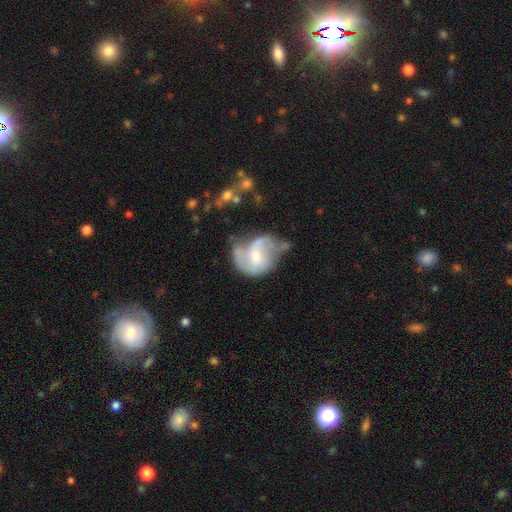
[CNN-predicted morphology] Smooth or featured? Predicted: featured or disk (p=0.69). Edge-on disk? Predicted: no (p=0.97). Bar? Predicted: no (p=0.51). Spiral arms? Predicted: yes (p=0.82). Spiral winding? Predicted: medium (p=0.43). Spiral arm count? Predicted: 2 (p=0.69). Bulge size? Predicted: moderate (p=0.47). Merging? Predicted: none (p=0.33, tied with minor disturbance).